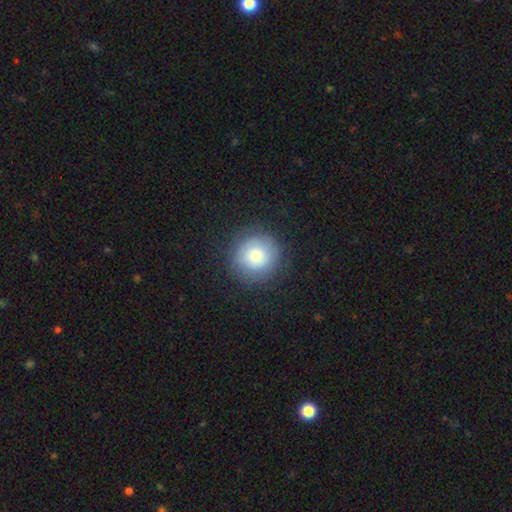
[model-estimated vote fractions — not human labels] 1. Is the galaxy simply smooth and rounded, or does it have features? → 79% smooth, 12% featured or disk, 9% star or artifact.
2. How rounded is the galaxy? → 94% round, 5% in between, 1% cigar-shaped.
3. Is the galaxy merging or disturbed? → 86% none, 9% minor disturbance, 3% major disturbance, 1% merger.